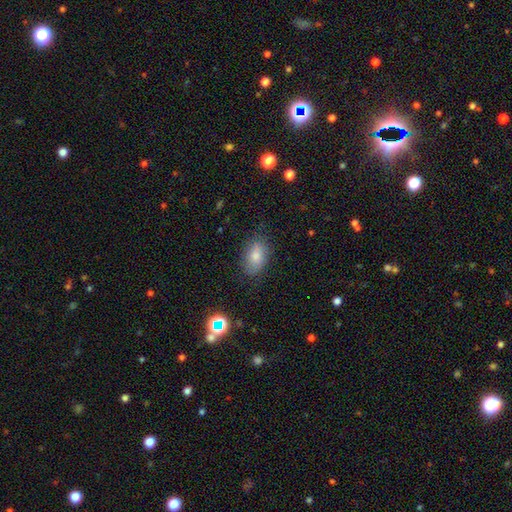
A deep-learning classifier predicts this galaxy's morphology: type=smooth (76%); roundness=in between (87%); merging=none (81%).